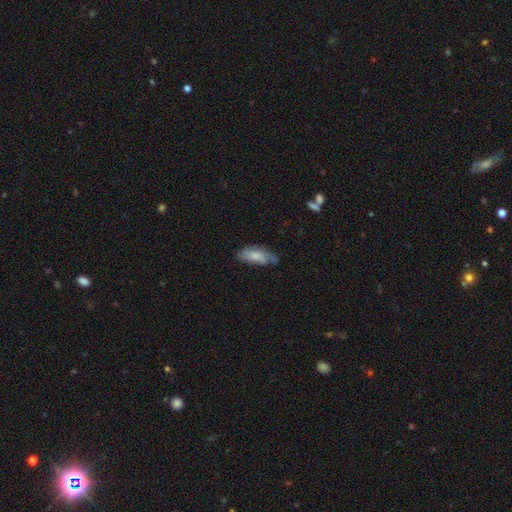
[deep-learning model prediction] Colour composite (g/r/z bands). It shows a smooth galaxy with no disk features (56%) that is in between round and cigar-shaped (81%). Merging: none (55%).